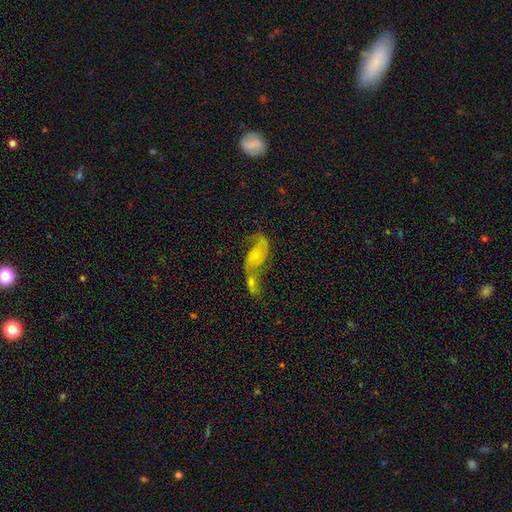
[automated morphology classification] featured or disk 71%, smooth 20%, star or artifact 9%. Down the decision tree: edge-on disk — no (95%); bar — no (72%); spiral arms — yes (83%); spiral arm count — 2 (83%); spiral winding — loose (65%); bulge size — small (54%); merging — merger (58%).